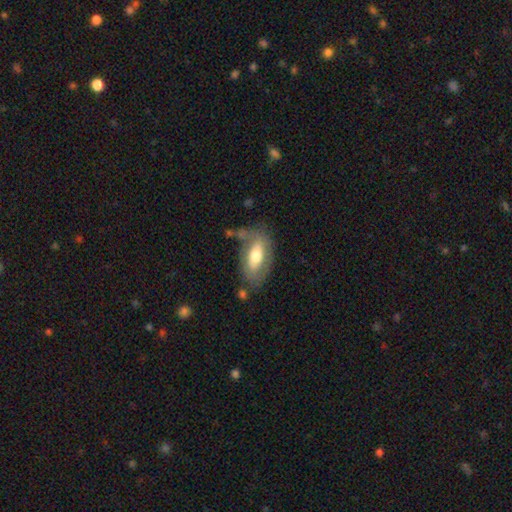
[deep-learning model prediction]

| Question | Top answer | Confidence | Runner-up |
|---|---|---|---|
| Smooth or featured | smooth | 54% | featured or disk (40%) |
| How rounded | in between | 88% | cigar-shaped (8%) |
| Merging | none | 58% | minor disturbance (24%) |